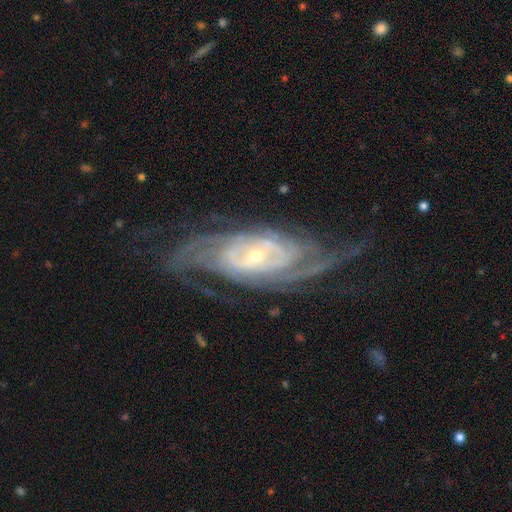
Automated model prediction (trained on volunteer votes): The model was most divided on "spiral arm count" (2-way tie): 2: 26%, can't tell: 26%, 3: 17%, 4: 16%, more than 4: 9%, 1: 6%. More confident: spiral arms — yes (97%); edge-on disk — no (93%); smooth or featured — featured or disk (91%); merging — none (69%); bulge size — small (68%); spiral winding — tight (64%); bar — no (50%).